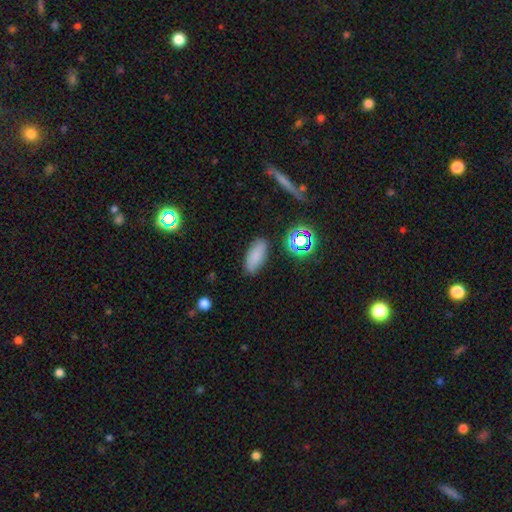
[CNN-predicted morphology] A smooth galaxy with no disk features (81%) that is in between round and cigar-shaped (80%). Merging: none (85%).